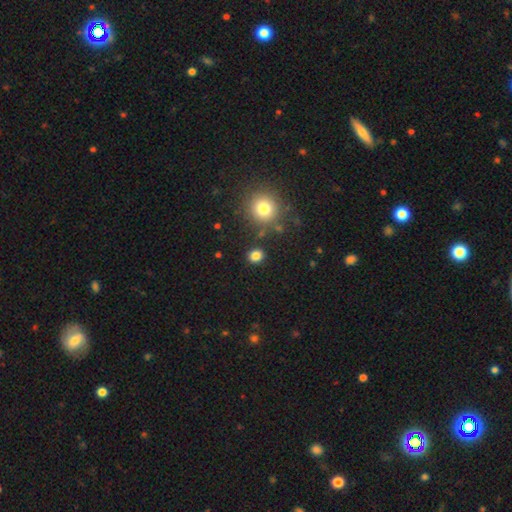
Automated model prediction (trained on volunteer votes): Smooth or featured?
  - smooth: 82% *
  - star or artifact: 13%
  - featured or disk: 4%
How rounded?
  - round: 76% *
  - in between: 23%
  - cigar-shaped: 1%
Merging?
  - none: 87% *
  - minor disturbance: 7%
  - merger: 3%
  - major disturbance: 3%